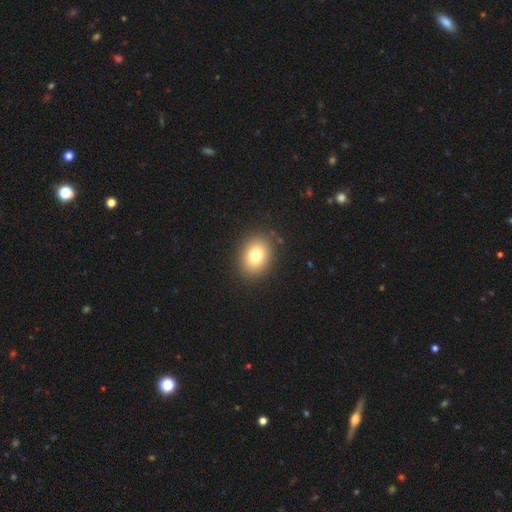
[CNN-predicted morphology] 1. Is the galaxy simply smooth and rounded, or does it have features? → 78% smooth, 11% featured or disk, 11% star or artifact.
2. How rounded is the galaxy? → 54% in between, 45% round, 1% cigar-shaped.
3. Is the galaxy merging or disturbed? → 89% none, 7% minor disturbance, 2% major disturbance, 1% merger.